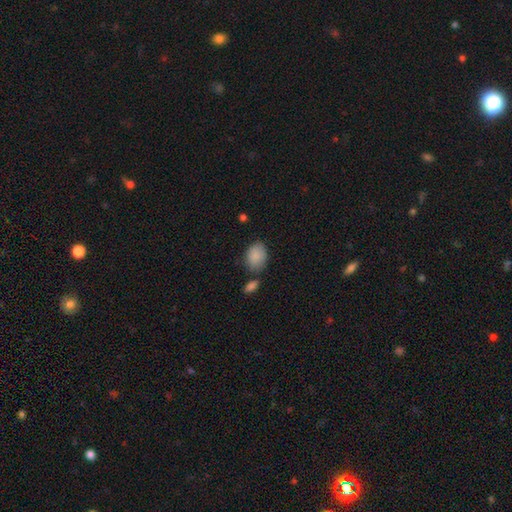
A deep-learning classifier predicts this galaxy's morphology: Smooth or featured? Predicted: smooth (p=0.88). How rounded? Predicted: in between (p=0.73). Merging? Predicted: none (p=0.63).